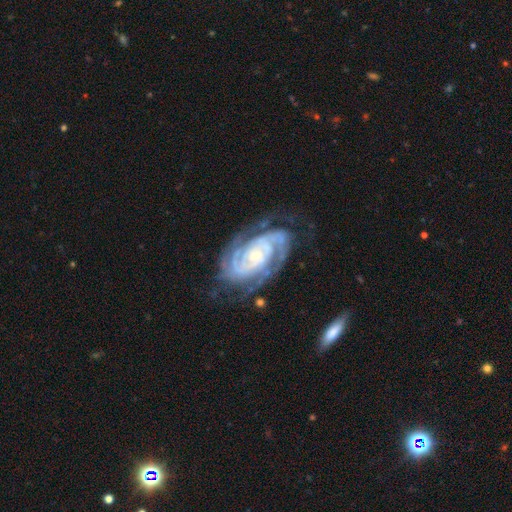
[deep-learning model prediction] This is clearly a featured or disk galaxy (92%). It is clearly not viewed edge-on (97%). Bar: likely no (62%). Spiral arm pattern: clearly yes (98%). Spiral arm count: likely 2 (68%). Spiral winding: likely tight (71%). Central bulge: likely small (70%). Merging: likely none (72%).